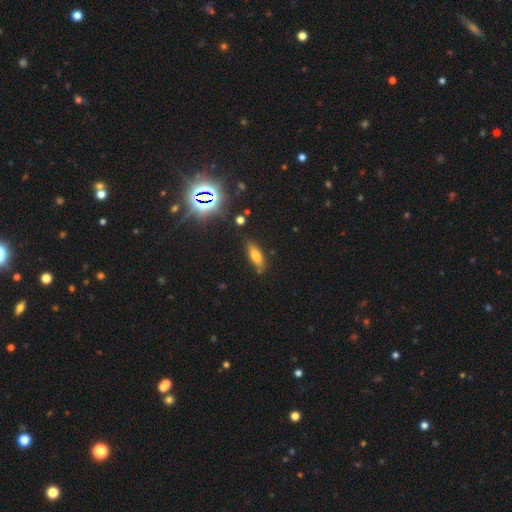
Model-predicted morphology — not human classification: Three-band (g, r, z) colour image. It shows a smooth galaxy with no disk features (67%) that is in between round and cigar-shaped (55%). Merging: none (76%).